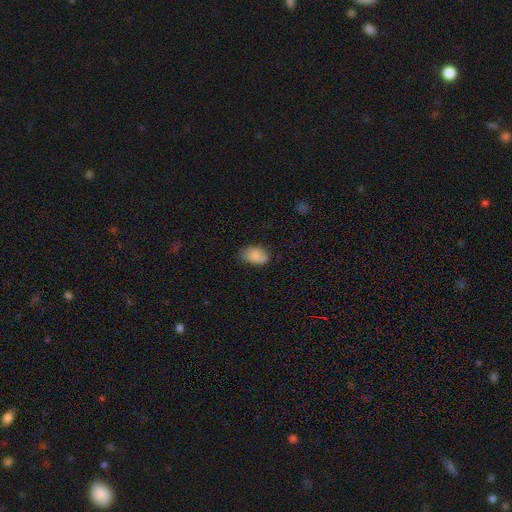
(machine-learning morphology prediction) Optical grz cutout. It shows a smooth galaxy with no disk features (83%) that is in between round and cigar-shaped (91%). Merging: none (71%).